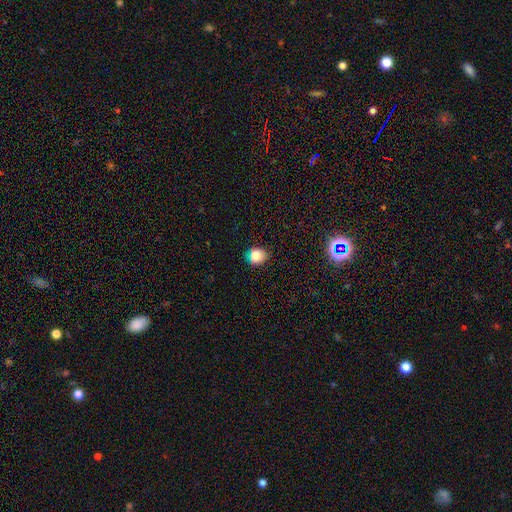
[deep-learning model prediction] Smooth or featured? Predicted: smooth (p=0.81). How rounded? Predicted: round (p=0.65). Merging? Predicted: none (p=0.78).